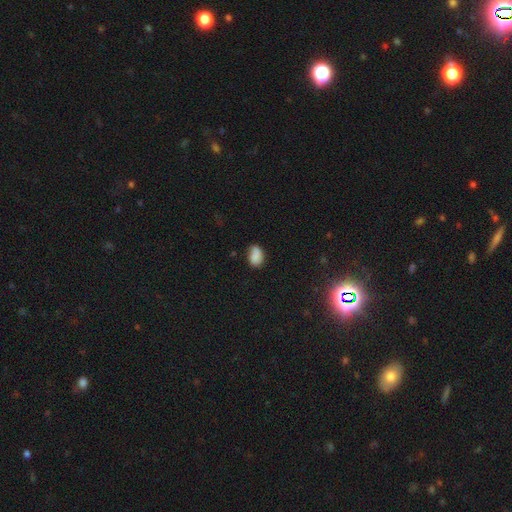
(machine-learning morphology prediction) smooth-or-featured: smooth: 80% | featured or disk: 11% | star or artifact: 9%
  how-rounded: in between: 81% | round: 18% | cigar-shaped: 1%
  merging: none: 55% | minor disturbance: 30% | major disturbance: 9% | merger: 5%